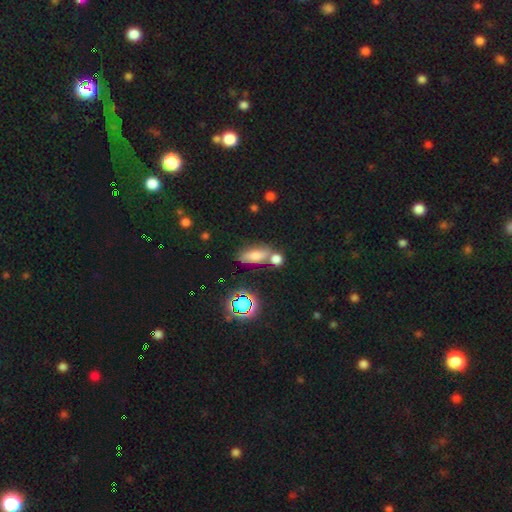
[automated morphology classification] Q: Smooth or featured?
A: smooth (57%); runner-up: star or artifact (27%)
Q: How rounded?
A: in between (71%); runner-up: cigar-shaped (18%)
Q: Merging?
A: none (54%); runner-up: merger (26%)